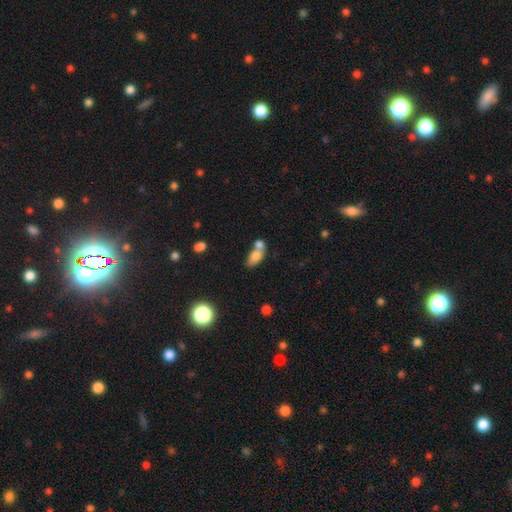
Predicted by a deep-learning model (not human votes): smooth 76%, featured or disk 14%, star or artifact 9%. Down the decision tree: how rounded — in between (84%); merging — merger (56%).